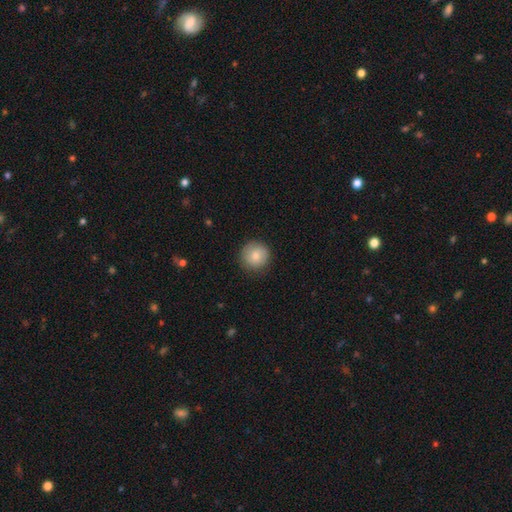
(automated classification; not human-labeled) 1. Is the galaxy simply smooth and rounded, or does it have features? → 81% smooth, 11% featured or disk, 8% star or artifact.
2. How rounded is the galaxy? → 94% round, 5% in between, 1% cigar-shaped.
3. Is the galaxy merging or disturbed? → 88% none, 9% minor disturbance, 2% major disturbance, 1% merger.